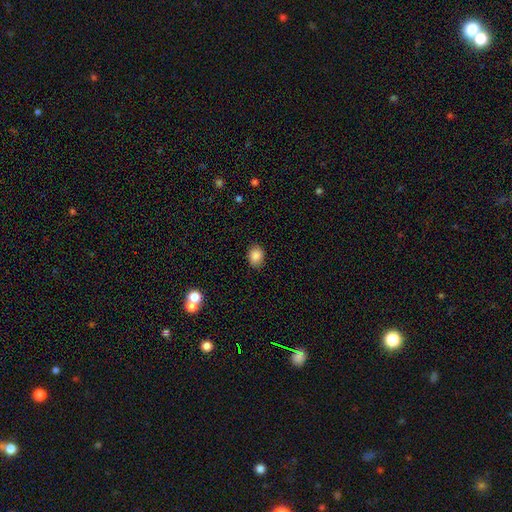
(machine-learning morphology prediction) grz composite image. It shows a smooth galaxy with no disk features (87%) that is in between round and cigar-shaped (57%). Merging: none (86%).